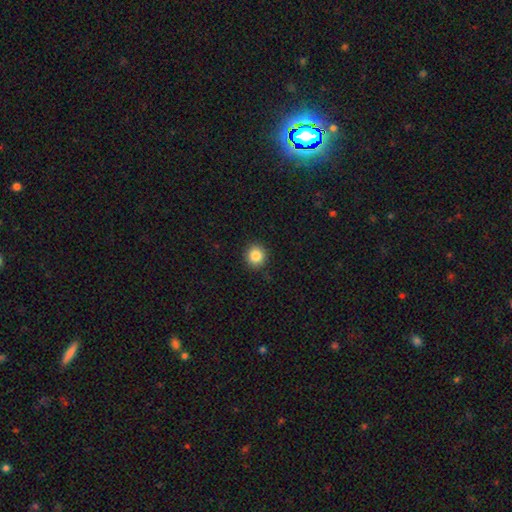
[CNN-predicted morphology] Smooth or featured? smooth (85%)
How rounded? round (92%)
Merging? none (90%)